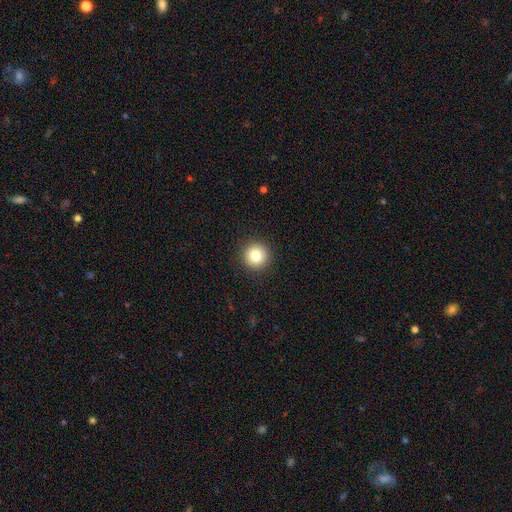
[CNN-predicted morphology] A smooth galaxy with no disk features (83%) that is round (95%).

Vote fractions:
- Smooth or featured? smooth: 83% / star or artifact: 10% / featured or disk: 7%
- How rounded? round: 95% / in between: 4% / cigar-shaped: 1%
- Merging? none: 93% / minor disturbance: 5% / major disturbance: 2% / merger: 1%